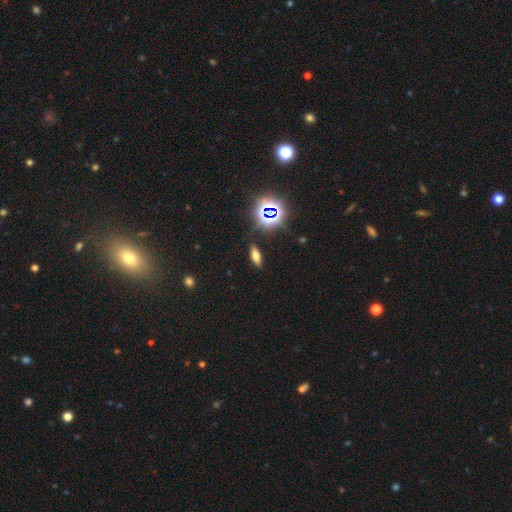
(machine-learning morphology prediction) Q: Smooth or featured?
A: smooth (59%); runner-up: star or artifact (25%)
Q: How rounded?
A: in between (66%); runner-up: cigar-shaped (28%)
Q: Merging?
A: none (87%); runner-up: minor disturbance (9%)